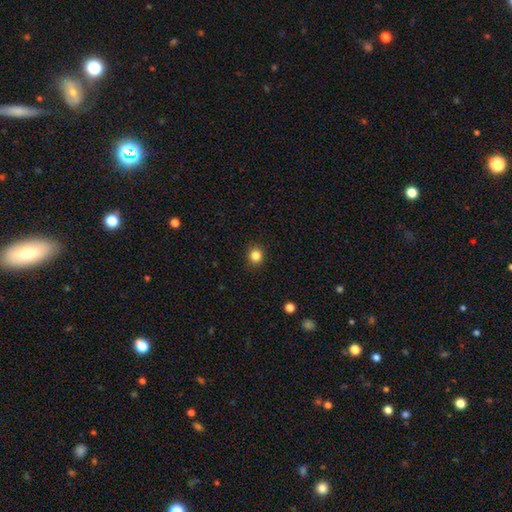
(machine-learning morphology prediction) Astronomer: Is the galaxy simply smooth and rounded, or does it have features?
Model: smooth — 85%.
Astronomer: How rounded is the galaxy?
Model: round — 85%.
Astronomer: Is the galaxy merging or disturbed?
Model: none — 90%.